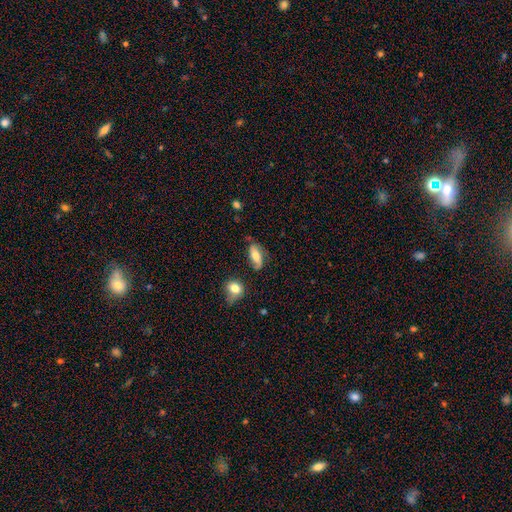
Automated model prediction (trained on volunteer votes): Smooth or featured? Predicted: smooth (p=0.52). How rounded? Predicted: in between (p=0.81). Merging? Predicted: none (p=0.64).